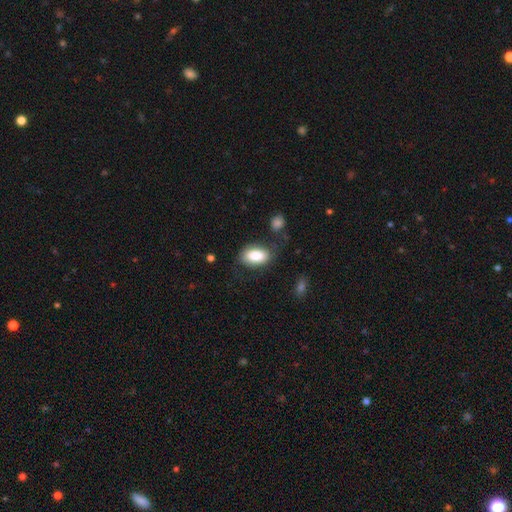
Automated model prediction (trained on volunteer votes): This is clearly a smooth galaxy (83%). How rounded: clearly in between (91%). Merging: likely none (67%).